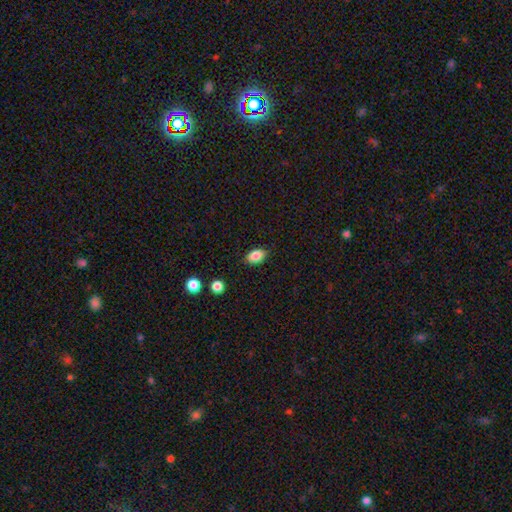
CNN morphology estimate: Smooth or featured? smooth (85%)
How rounded? in between (87%)
Merging? none (84%)